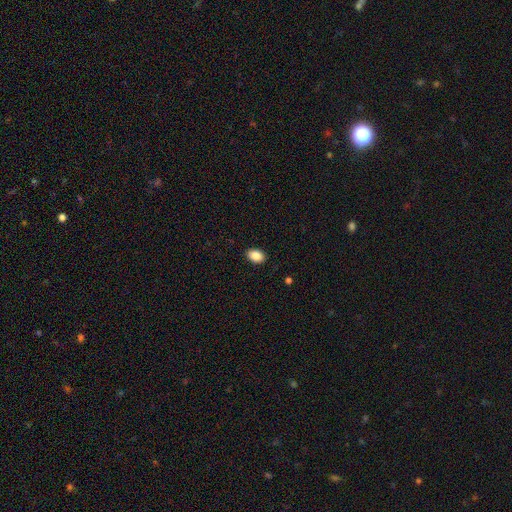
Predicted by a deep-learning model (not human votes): A smooth galaxy with no disk features (88%) that is in between round and cigar-shaped (84%). Merging: none (89%).